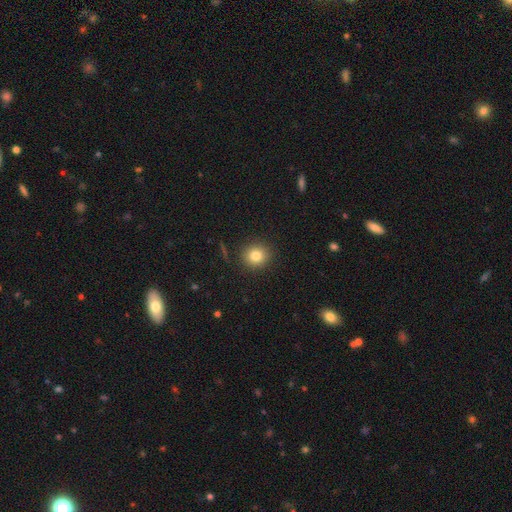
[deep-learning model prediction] smooth 81%, star or artifact 11%, featured or disk 7%. Down the decision tree: how rounded — round (88%); merging — none (90%).